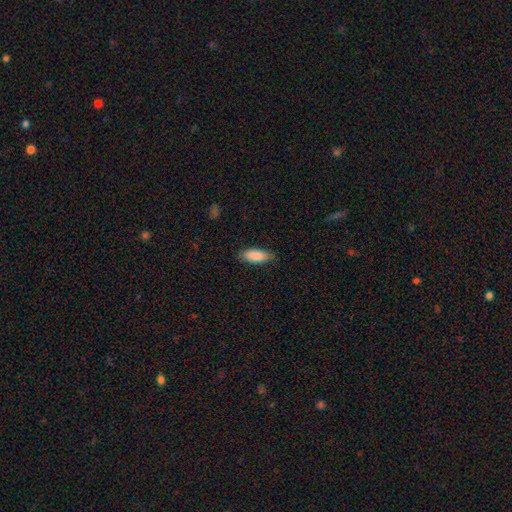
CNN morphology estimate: This is clearly a smooth galaxy (88%). How rounded: likely in between (72%). Merging: clearly none (85%).